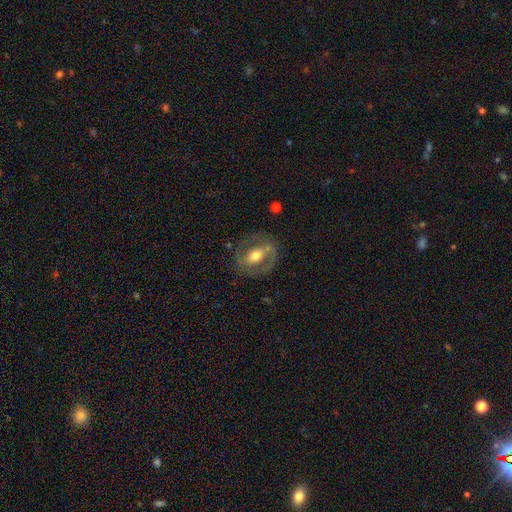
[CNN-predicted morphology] smooth-or-featured: featured or disk: 60% | smooth: 34% | star or artifact: 7%
  disk-edge-on: no: 93% | yes: 7%
    bar: no: 39% | weak: 32% | strong: 30%
    has-spiral-arms: no: 59% | yes: 41%
    bulge-size: moderate: 68% | large: 17% | small: 13% | dominant: 1% | none: 1%
  merging: none: 72% | minor disturbance: 16% | major disturbance: 9% | merger: 2%